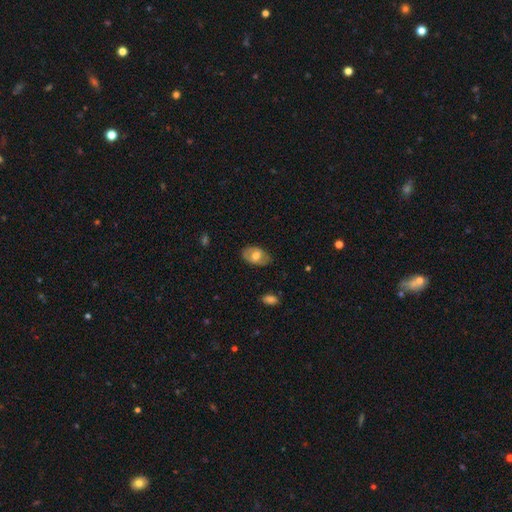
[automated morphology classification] Smooth or featured? smooth (56%)
How rounded? in between (88%)
Merging? none (74%)